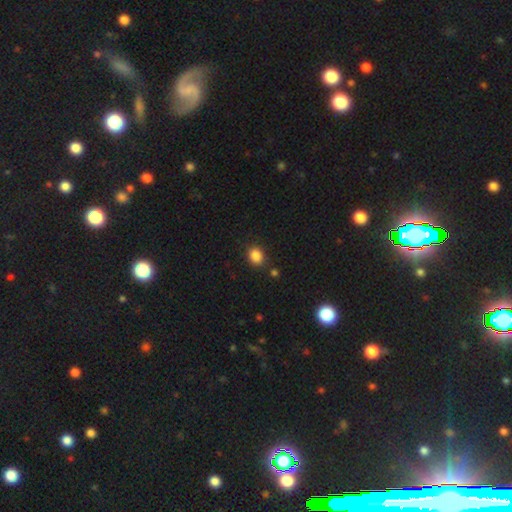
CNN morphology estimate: type=smooth (86%); roundness=round (50%); merging=none (83%).